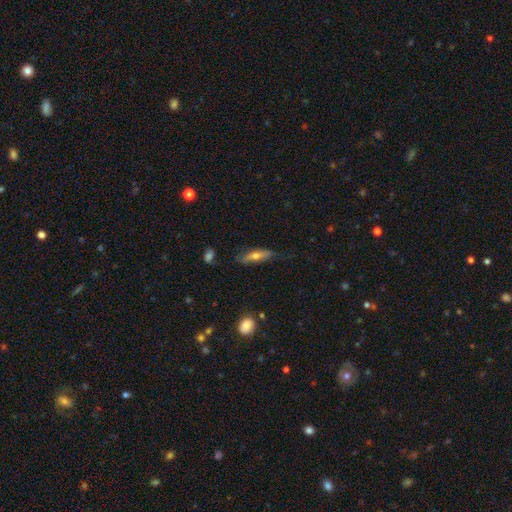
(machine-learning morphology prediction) The model was most divided on "smooth or featured": smooth: 56%, featured or disk: 38%, star or artifact: 7%. More confident: merging — none (73%); how rounded — cigar-shaped (64%).